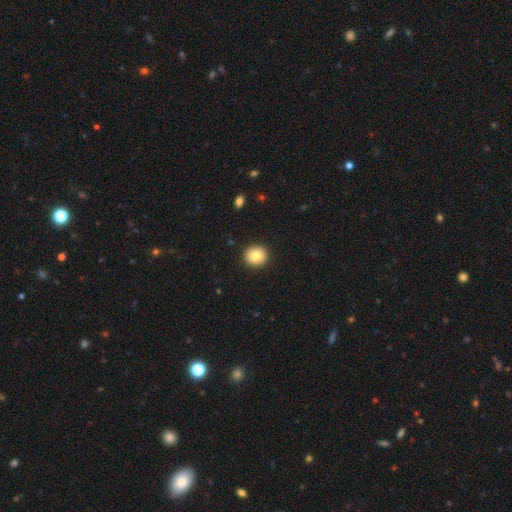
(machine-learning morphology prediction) smooth-or-featured: smooth: 84% | star or artifact: 8% | featured or disk: 8%
  how-rounded: round: 90% | in between: 9% | cigar-shaped: 1%
  merging: none: 92% | minor disturbance: 5% | major disturbance: 2% | merger: 1%